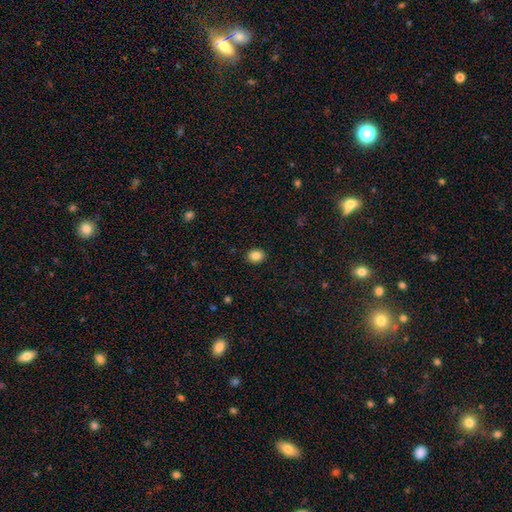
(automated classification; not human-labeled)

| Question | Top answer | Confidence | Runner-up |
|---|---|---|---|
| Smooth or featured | smooth | 86% | star or artifact (10%) |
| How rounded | round | 56% | in between (44%) |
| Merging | none | 90% | minor disturbance (7%) |